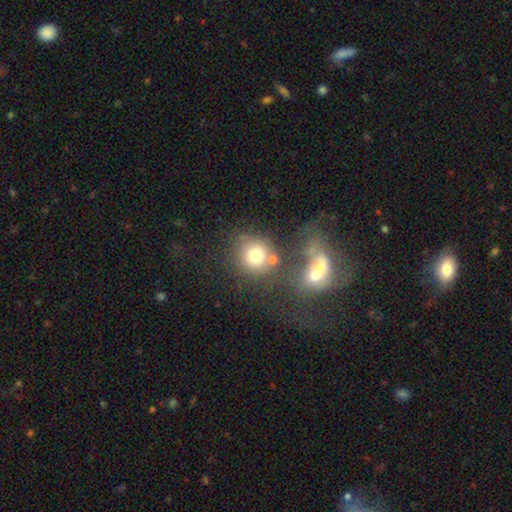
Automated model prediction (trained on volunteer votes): Smooth or featured: smooth — 73% (featured or disk — 14%)
How rounded: round — 83% (in between — 16%)
Merging: none — 51% (merger — 29%)